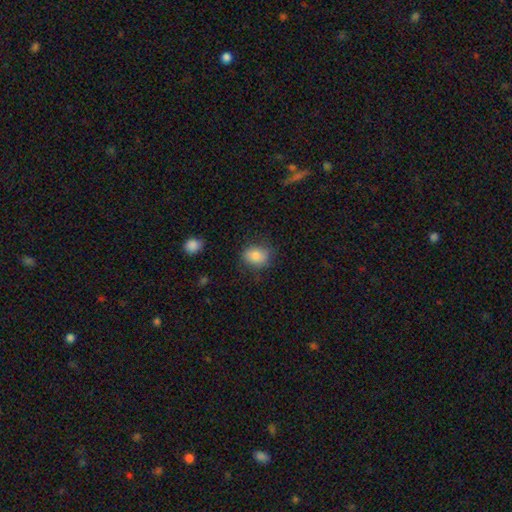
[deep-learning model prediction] Smooth or featured? Predicted: smooth (p=0.84). How rounded? Predicted: in between (p=0.54). Merging? Predicted: none (p=0.76).